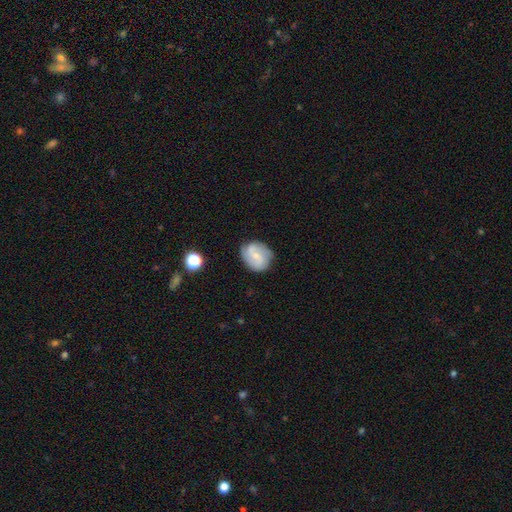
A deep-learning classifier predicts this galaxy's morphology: This is possibly a featured or disk galaxy (60%). It is clearly not viewed edge-on (97%). Bar: possibly weak (50%). Spiral arm pattern: clearly yes (90%). Spiral arm count: likely 2 (64%). Spiral winding: marginally medium (44%). Central bulge: likely small (63%). Merging: likely none (72%).